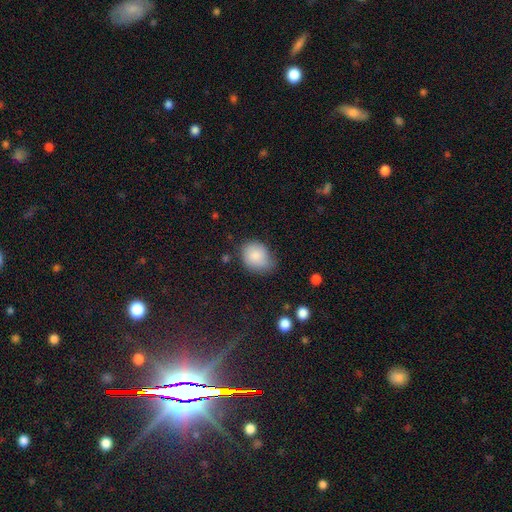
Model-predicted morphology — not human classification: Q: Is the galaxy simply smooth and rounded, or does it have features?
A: smooth — 84%.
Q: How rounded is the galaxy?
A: in between — 55%.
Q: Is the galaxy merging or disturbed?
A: none — 52%.